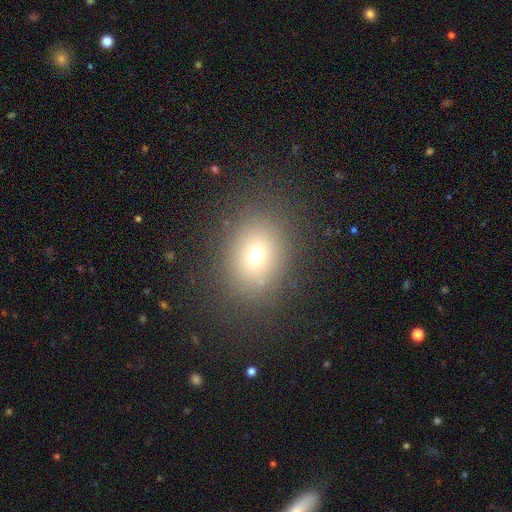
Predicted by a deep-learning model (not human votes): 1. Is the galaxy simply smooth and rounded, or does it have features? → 69% smooth, 18% star or artifact, 13% featured or disk.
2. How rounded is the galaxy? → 51% round, 48% in between, 1% cigar-shaped.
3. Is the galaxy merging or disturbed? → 85% none, 9% minor disturbance, 5% major disturbance, 1% merger.